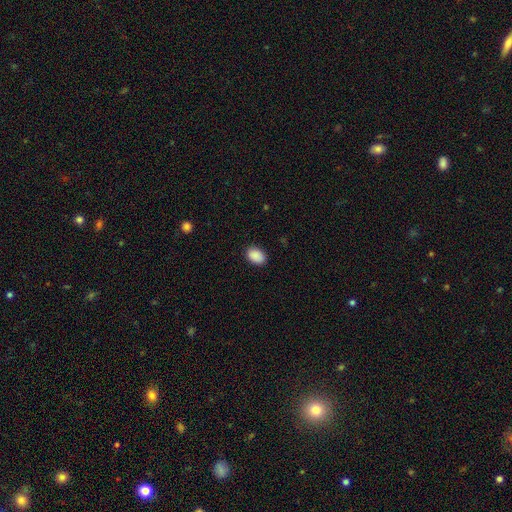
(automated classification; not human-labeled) This appears to be a smooth galaxy with no disk features (90%) that is in between round and cigar-shaped (83%). Merging: none (87%).